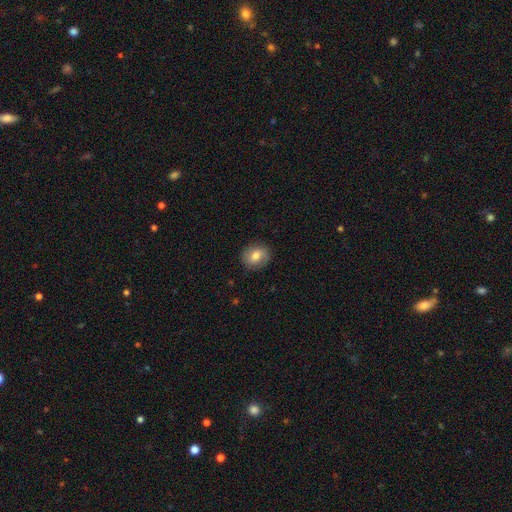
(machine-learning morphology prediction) Q: Smooth or featured?
A: smooth (70%); runner-up: featured or disk (22%)
Q: How rounded?
A: round (64%); runner-up: in between (35%)
Q: Merging?
A: none (85%); runner-up: minor disturbance (11%)